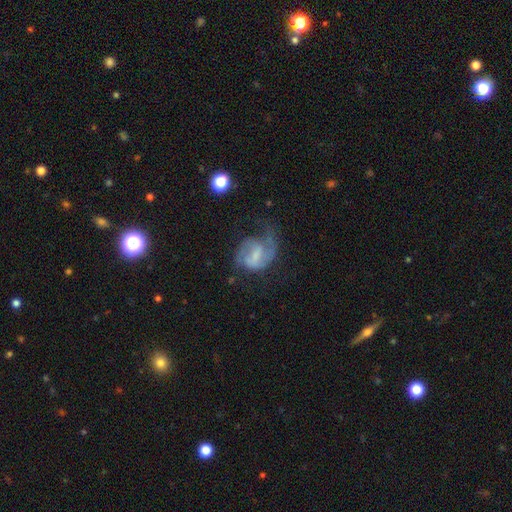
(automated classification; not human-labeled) smooth-or-featured: featured or disk: 71% | smooth: 21% | star or artifact: 8%
  disk-edge-on: no: 97% | yes: 3%
    bar: weak: 50% | no: 27% | strong: 23%
    has-spiral-arms: yes: 87% | no: 13%
      spiral-winding: medium: 48% | loose: 26% | tight: 26%
      spiral-arm-count: 2: 58% | 1: 22% | can't tell: 13% | 3: 4% | 4: 1% | more than 4: 1%
    bulge-size: none: 36% | small: 33% | moderate: 23% | large: 7% | dominant: 2%
  merging: none: 41% | major disturbance: 34% | minor disturbance: 23% | merger: 3%